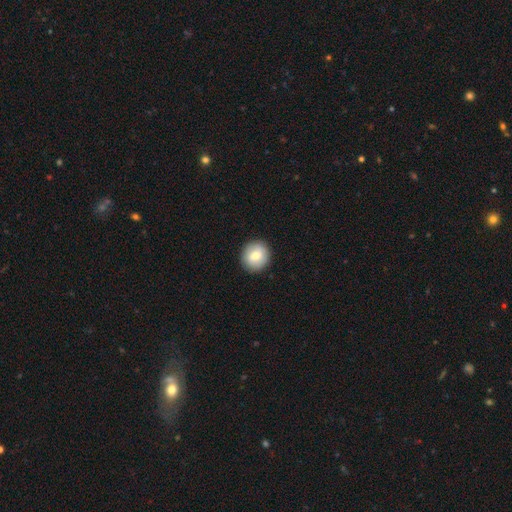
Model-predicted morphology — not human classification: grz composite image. It shows a smooth galaxy with no disk features (77%) that is round (88%). Merging: none (92%).